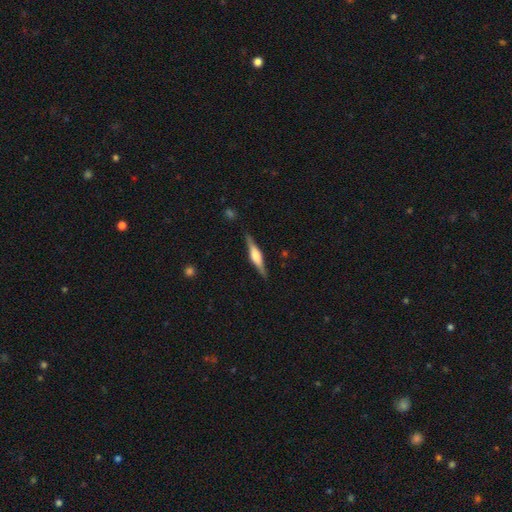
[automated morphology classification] A featured or disk galaxy (65%) viewed edge-on (97%) with a rounded central bulge (69%). Merging: none (88%).